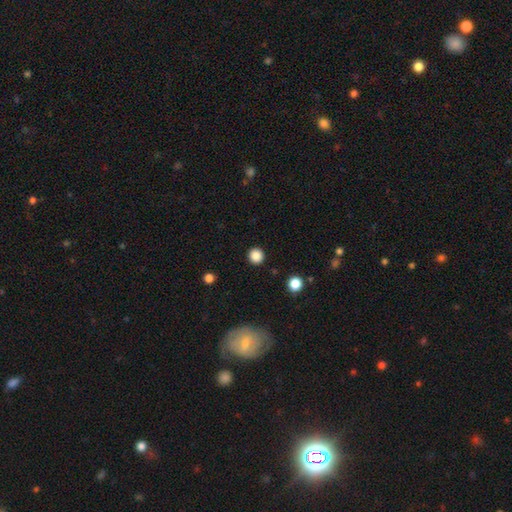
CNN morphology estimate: smooth-or-featured: smooth: 86% | star or artifact: 11% | featured or disk: 3%
  how-rounded: round: 94% | in between: 5% | cigar-shaped: 1%
  merging: none: 92% | minor disturbance: 5% | major disturbance: 2% | merger: 1%